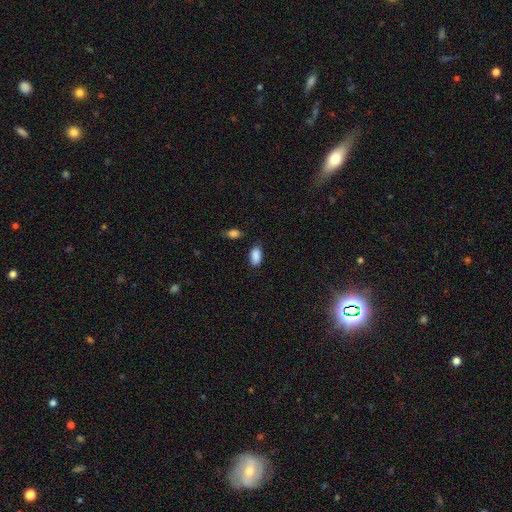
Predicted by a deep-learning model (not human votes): smooth_or_featured: smooth (p=0.89) [alt: star or artifact p=0.08]
how_rounded: in between (p=0.93) [alt: round p=0.04]
merging: none (p=0.76) [alt: minor disturbance p=0.17]